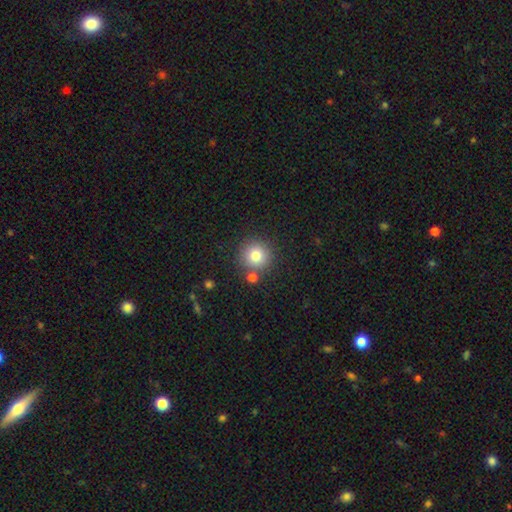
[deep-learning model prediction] Smooth or featured? smooth (79%)
How rounded? round (94%)
Merging? none (79%)